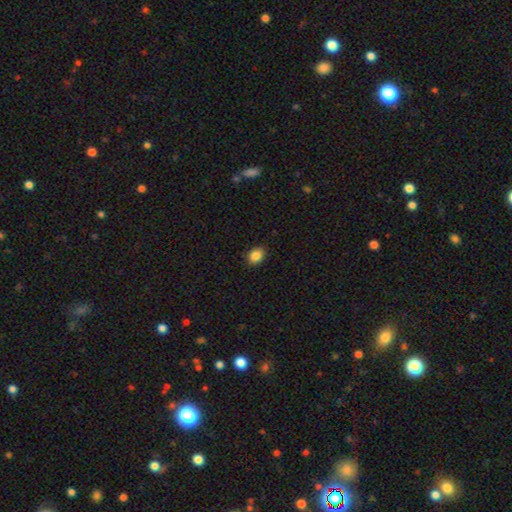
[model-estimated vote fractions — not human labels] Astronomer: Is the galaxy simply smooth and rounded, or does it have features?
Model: smooth — 87%.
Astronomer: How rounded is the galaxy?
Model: in between — 59% (runner-up: round, 40%).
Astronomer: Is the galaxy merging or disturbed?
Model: none — 89%.